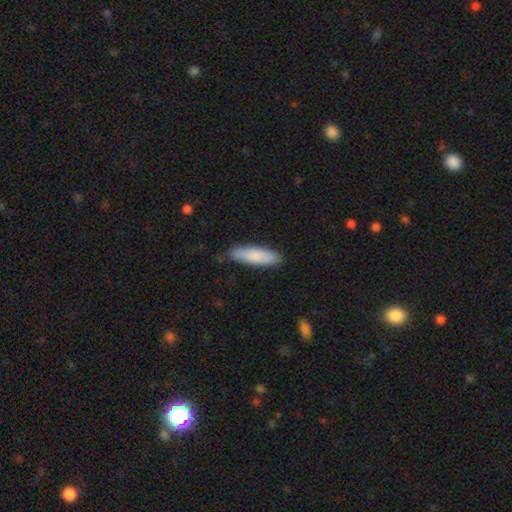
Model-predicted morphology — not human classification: This is clearly a smooth galaxy (85%). How rounded: likely cigar-shaped (63%). Merging: clearly none (87%).